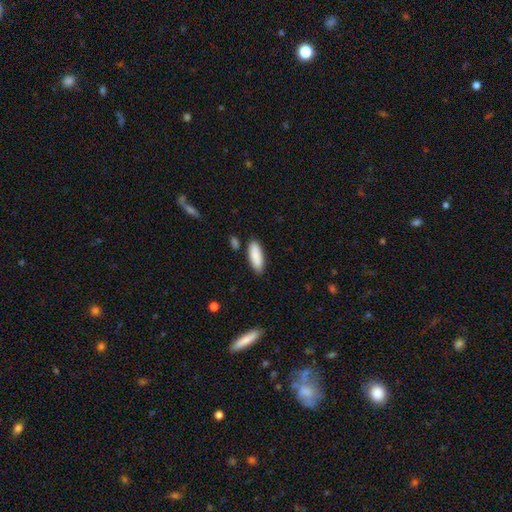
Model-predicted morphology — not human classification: The model was most divided on "how rounded": in between: 67%, cigar-shaped: 31%, round: 2%. More confident: smooth or featured — smooth (88%); merging — none (84%).